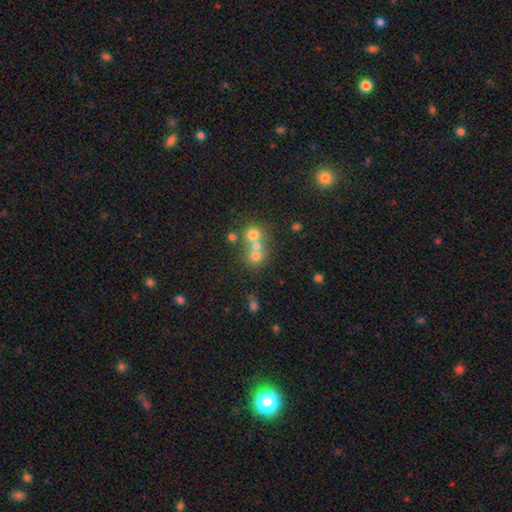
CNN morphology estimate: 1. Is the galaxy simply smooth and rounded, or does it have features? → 64% smooth, 18% star or artifact, 18% featured or disk.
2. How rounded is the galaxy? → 78% round, 21% in between, 1% cigar-shaped.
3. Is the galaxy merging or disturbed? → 52% merger, 38% none, 7% minor disturbance, 4% major disturbance.